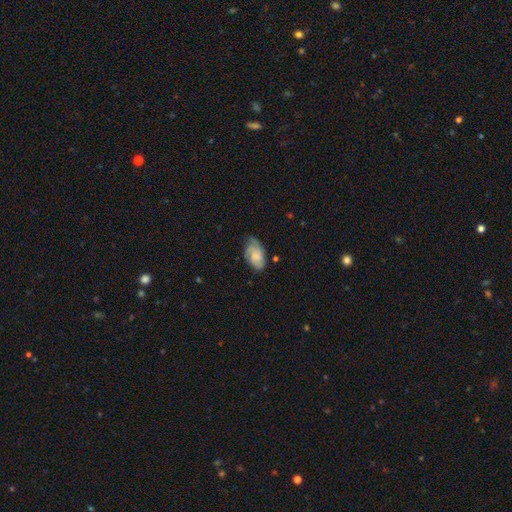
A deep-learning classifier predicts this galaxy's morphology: Q: Smooth or featured?
A: smooth (52%); runner-up: featured or disk (40%)
Q: How rounded?
A: in between (92%); runner-up: round (6%)
Q: Merging?
A: none (55%); runner-up: minor disturbance (33%)